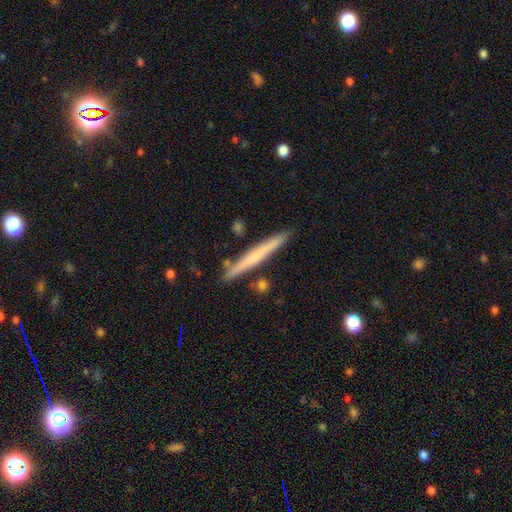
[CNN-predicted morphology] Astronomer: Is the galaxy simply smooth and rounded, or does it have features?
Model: featured or disk — 48% (runner-up: smooth, 46%).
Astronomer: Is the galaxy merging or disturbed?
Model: none — 87%.